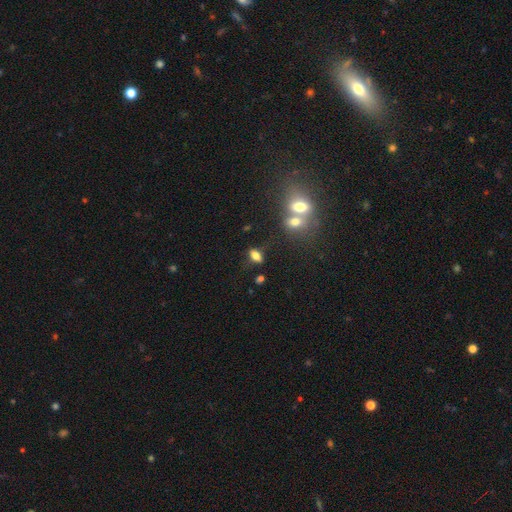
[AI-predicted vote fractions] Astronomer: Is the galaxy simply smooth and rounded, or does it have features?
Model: smooth — 74%.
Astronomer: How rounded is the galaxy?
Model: in between — 81%.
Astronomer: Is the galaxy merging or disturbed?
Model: none — 65%.